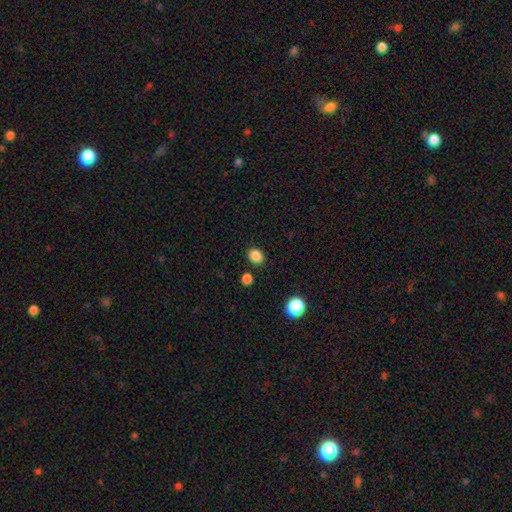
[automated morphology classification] Smooth or featured?
  - smooth: 85% *
  - star or artifact: 11%
  - featured or disk: 4%
How rounded?
  - in between: 53% *
  - round: 46%
  - cigar-shaped: 1%
Merging?
  - none: 84% *
  - minor disturbance: 9%
  - merger: 4%
  - major disturbance: 3%